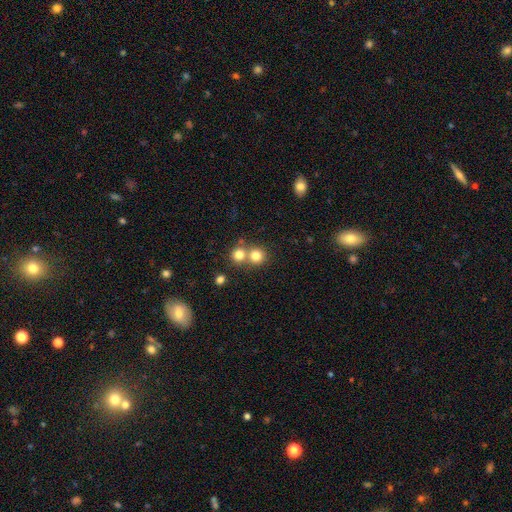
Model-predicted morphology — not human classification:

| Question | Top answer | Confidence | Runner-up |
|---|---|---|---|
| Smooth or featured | smooth | 79% | star or artifact (12%) |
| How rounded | round | 89% | in between (10%) |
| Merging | none | 49% | merger (43%) |